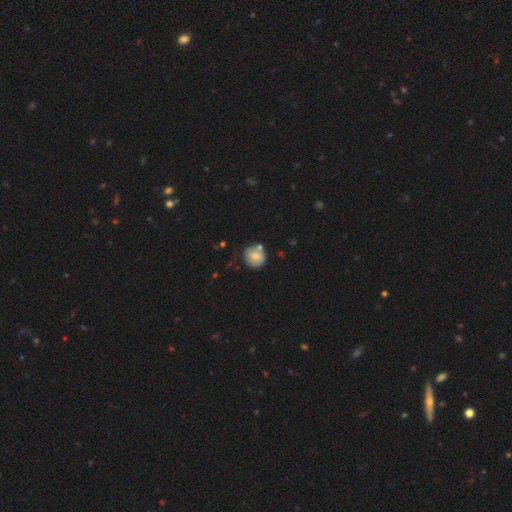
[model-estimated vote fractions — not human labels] A smooth galaxy with no disk features (76%) that is round (90%).

Vote fractions:
- Smooth or featured? smooth: 76% / featured or disk: 16% / star or artifact: 8%
- How rounded? round: 90% / in between: 9% / cigar-shaped: 1%
- Merging? none: 71% / minor disturbance: 15% / merger: 11% / major disturbance: 3%